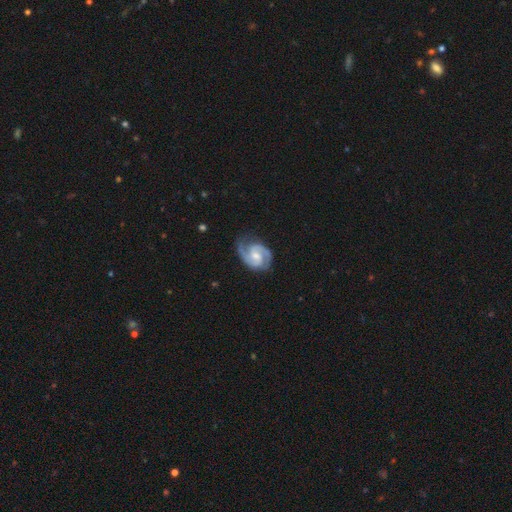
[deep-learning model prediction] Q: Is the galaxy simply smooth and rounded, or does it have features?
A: featured or disk — 91%.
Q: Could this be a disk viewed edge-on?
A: no — 98%.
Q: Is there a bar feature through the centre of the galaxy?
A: weak — 49%.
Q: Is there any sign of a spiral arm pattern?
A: yes — 98%.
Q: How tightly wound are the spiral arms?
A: medium — 54%.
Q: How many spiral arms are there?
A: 2 — 91%.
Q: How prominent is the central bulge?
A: moderate — 50%.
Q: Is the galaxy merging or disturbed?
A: none — 74%.